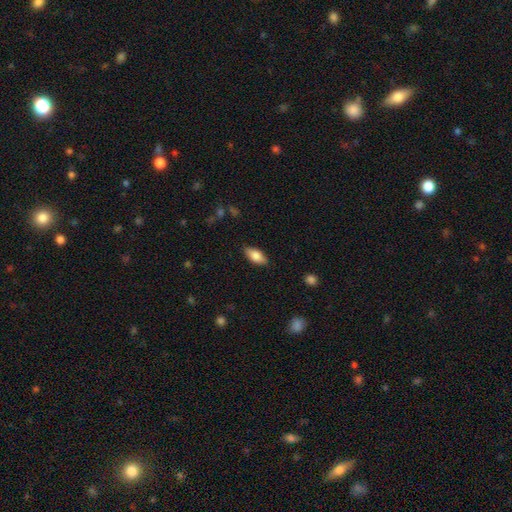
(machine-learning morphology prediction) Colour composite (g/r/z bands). It shows a smooth galaxy with no disk features (81%) that is in between round and cigar-shaped (87%). Merging: none (85%).